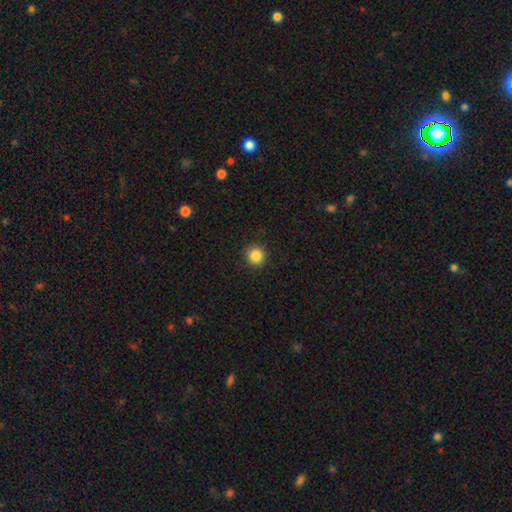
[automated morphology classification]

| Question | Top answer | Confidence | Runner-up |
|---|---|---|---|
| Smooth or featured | smooth | 86% | star or artifact (10%) |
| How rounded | round | 94% | in between (5%) |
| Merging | none | 92% | minor disturbance (5%) |